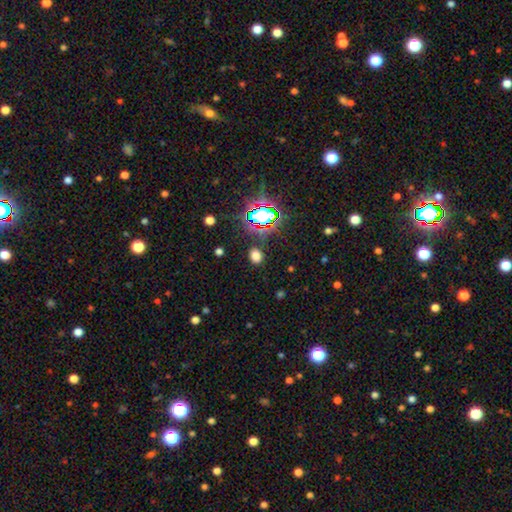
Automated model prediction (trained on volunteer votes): This appears to be a smooth galaxy with no disk features (68%) that is round (52%). Merging: none (85%).